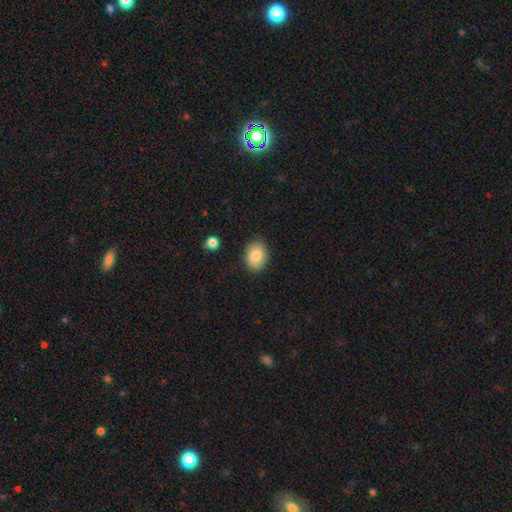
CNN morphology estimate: Smooth or featured? Predicted: smooth (p=0.85). How rounded? Predicted: in between (p=0.71). Merging? Predicted: none (p=0.83).